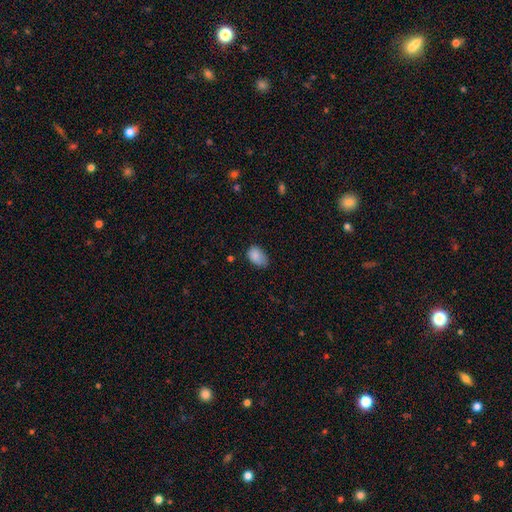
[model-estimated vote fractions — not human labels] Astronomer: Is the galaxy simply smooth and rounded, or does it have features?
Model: smooth — 86%.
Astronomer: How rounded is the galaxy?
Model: in between — 87%.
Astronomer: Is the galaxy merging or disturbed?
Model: none — 55% (runner-up: minor disturbance, 36%).